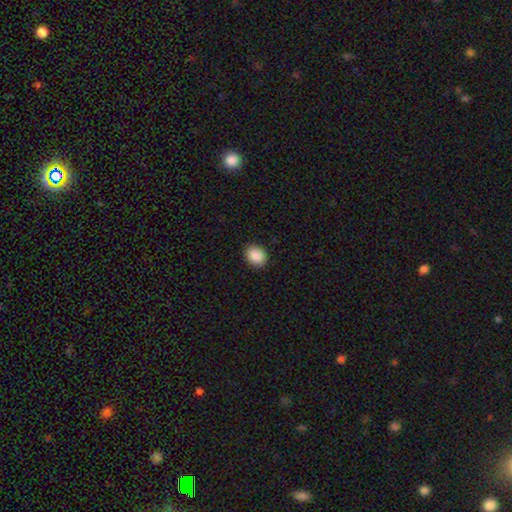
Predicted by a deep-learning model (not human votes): Smooth or featured? smooth (89%)
How rounded? in between (53%)
Merging? none (90%)